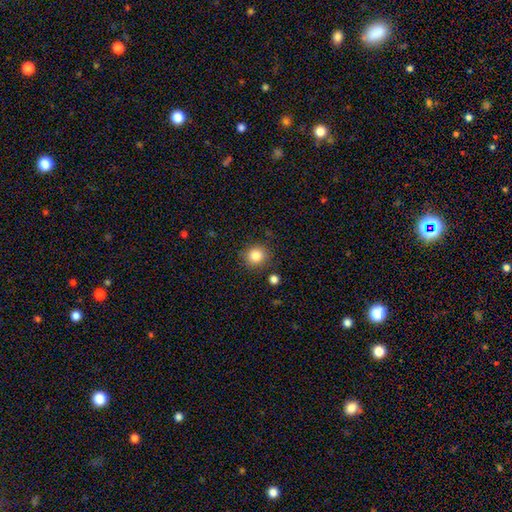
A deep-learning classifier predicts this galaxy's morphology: Overall: smooth (84%). How rounded: round (89%). Merging: none (85%).